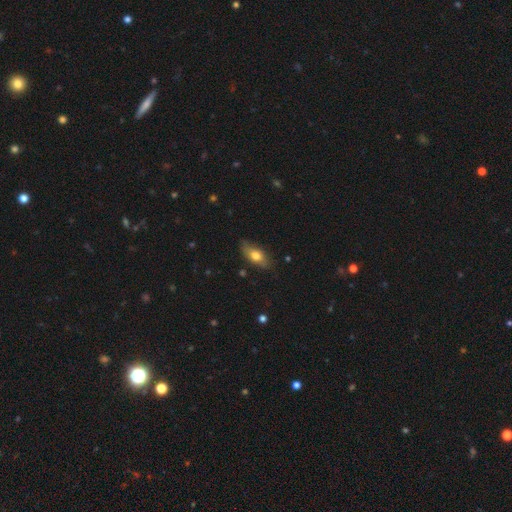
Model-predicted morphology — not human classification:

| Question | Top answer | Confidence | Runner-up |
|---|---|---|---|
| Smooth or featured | smooth | 67% | featured or disk (25%) |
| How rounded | in between | 81% | cigar-shaped (13%) |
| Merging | none | 73% | minor disturbance (21%) |